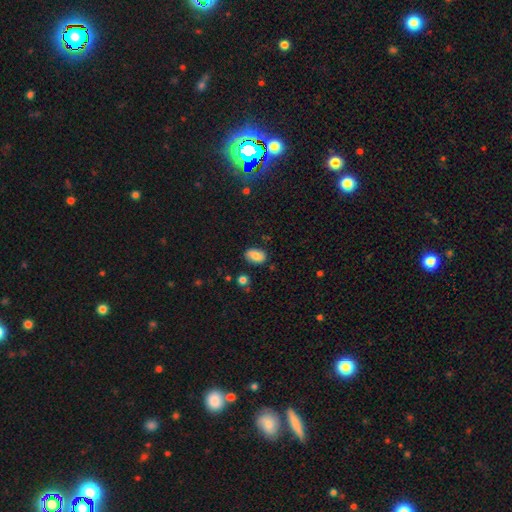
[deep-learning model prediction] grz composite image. It shows a smooth galaxy with no disk features (80%) that is in between round and cigar-shaped (88%). Merging: none (80%).